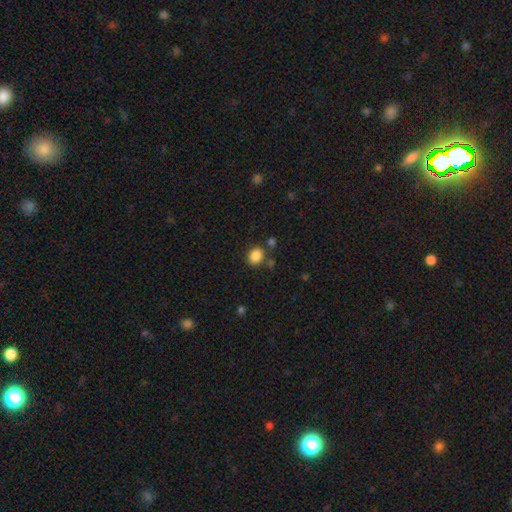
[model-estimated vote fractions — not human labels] smooth 86%, star or artifact 10%, featured or disk 4%. Down the decision tree: how rounded — in between (56%); merging — none (77%).